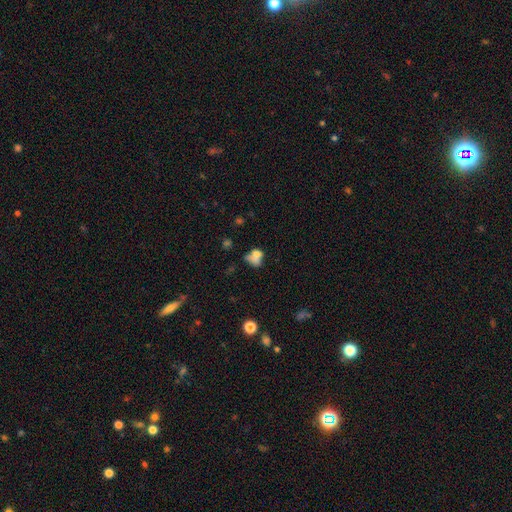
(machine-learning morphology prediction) This is likely a smooth galaxy (66%). How rounded: possibly in between (56%). Merging: marginally merger (37%).